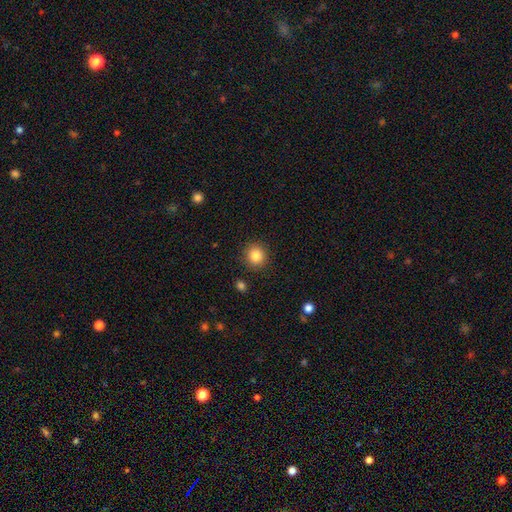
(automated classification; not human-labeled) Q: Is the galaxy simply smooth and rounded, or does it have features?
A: smooth — 84%.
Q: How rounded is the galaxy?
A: round — 91%.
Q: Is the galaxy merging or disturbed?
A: none — 90%.